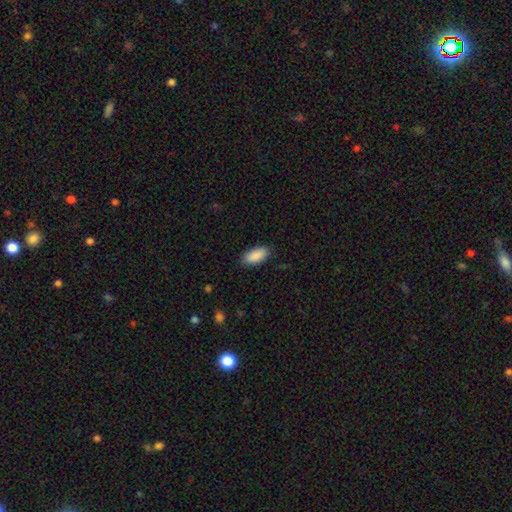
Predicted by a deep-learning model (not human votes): A smooth galaxy with no disk features (90%) that is in between round and cigar-shaped (92%).

Vote fractions:
- Smooth or featured? smooth: 90% / star or artifact: 6% / featured or disk: 4%
- How rounded? in between: 92% / cigar-shaped: 6% / round: 2%
- Merging? none: 87% / minor disturbance: 10% / major disturbance: 2% / merger: 1%